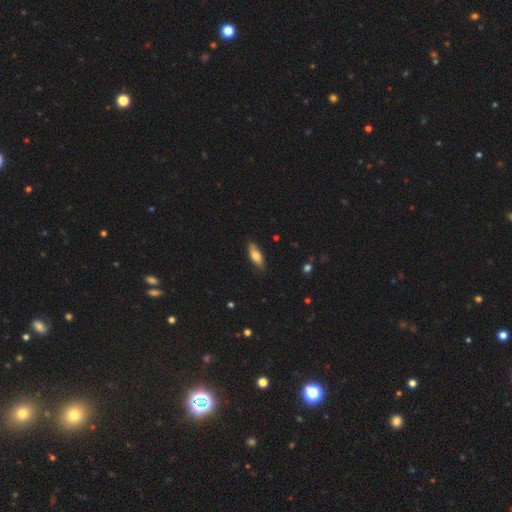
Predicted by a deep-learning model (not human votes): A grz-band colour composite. It shows a smooth galaxy with no disk features (73%) that is in between round and cigar-shaped (69%). Merging: none (85%).